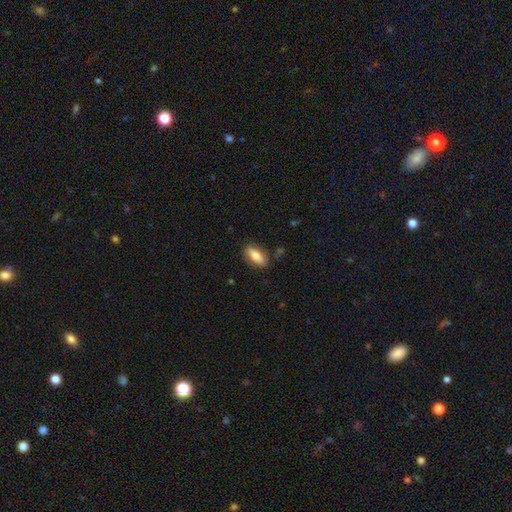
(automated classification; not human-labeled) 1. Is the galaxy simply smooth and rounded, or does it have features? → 72% smooth, 21% featured or disk, 7% star or artifact.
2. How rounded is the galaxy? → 78% in between, 18% cigar-shaped, 3% round.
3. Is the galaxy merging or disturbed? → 84% none, 12% minor disturbance, 3% major disturbance, 2% merger.